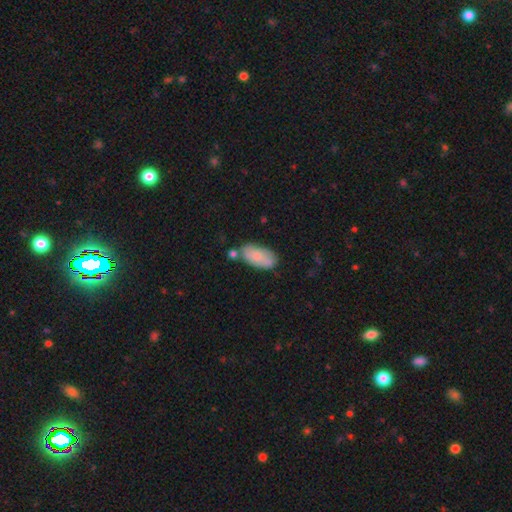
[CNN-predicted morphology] smooth_or_featured: smooth (p=0.73) [alt: featured or disk p=0.21]
how_rounded: in between (p=0.93) [alt: cigar-shaped p=0.04]
merging: none (p=0.60) [alt: minor disturbance p=0.22]